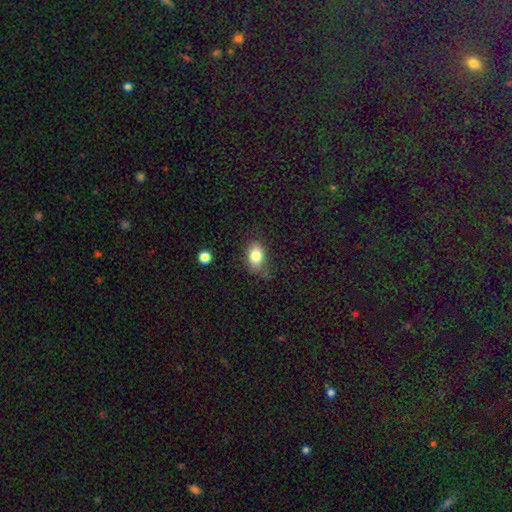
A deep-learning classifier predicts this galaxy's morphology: The model was most divided on "merging": none: 74%, minor disturbance: 18%, major disturbance: 5%, merger: 3%. More confident: how rounded — in between (82%); smooth or featured — smooth (82%).